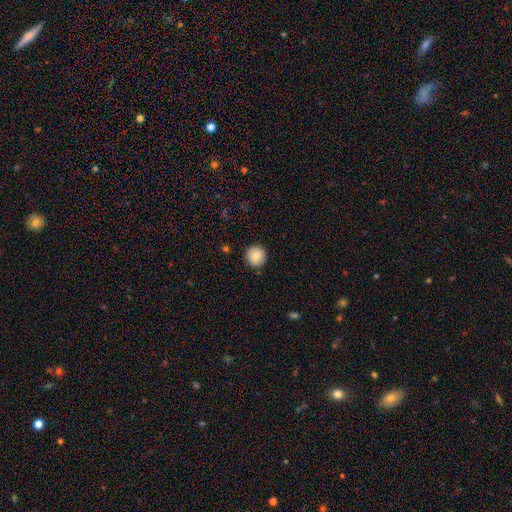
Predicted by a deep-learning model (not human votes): Q: Smooth or featured?
A: smooth (84%); runner-up: featured or disk (8%)
Q: How rounded?
A: round (94%); runner-up: in between (5%)
Q: Merging?
A: none (89%); runner-up: minor disturbance (8%)